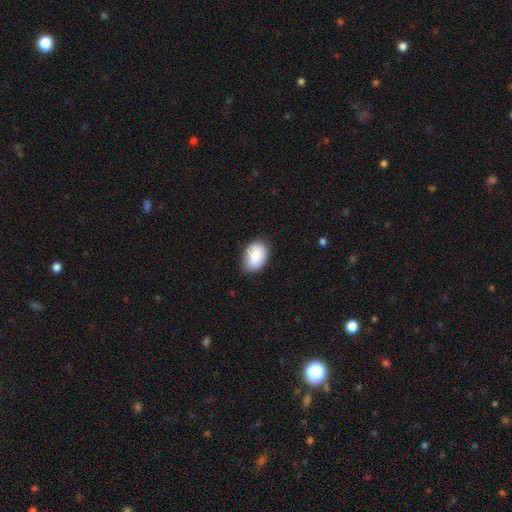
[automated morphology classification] smooth 86%, featured or disk 8%, star or artifact 7%. Down the decision tree: how rounded — in between (84%); merging — none (74%).